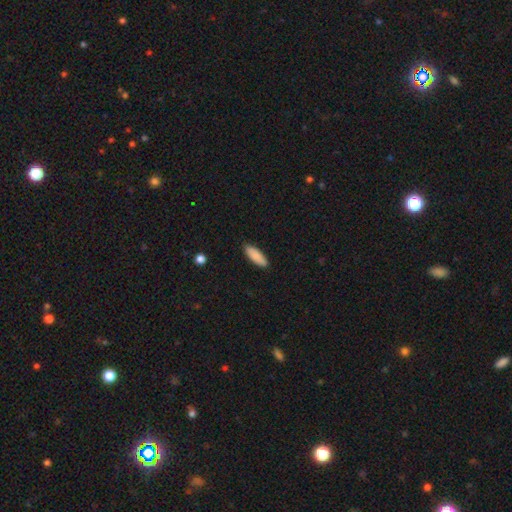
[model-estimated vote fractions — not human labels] smooth 89%, star or artifact 6%, featured or disk 5%. Down the decision tree: how rounded — in between (59%); merging — none (88%).